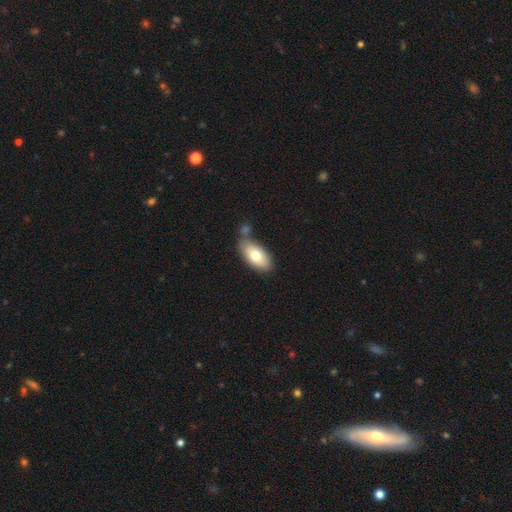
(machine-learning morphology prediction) Smooth or featured?
  - smooth: 74% *
  - featured or disk: 20%
  - star or artifact: 7%
How rounded?
  - in between: 92% *
  - cigar-shaped: 4%
  - round: 4%
Merging?
  - none: 63% *
  - merger: 18%
  - minor disturbance: 15%
  - major disturbance: 4%